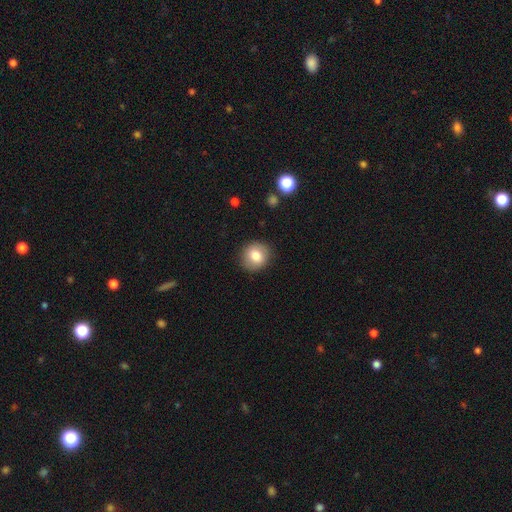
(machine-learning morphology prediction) The model was most divided on "smooth or featured": smooth: 80%, featured or disk: 12%, star or artifact: 9%. More confident: merging — none (88%); how rounded — round (84%).